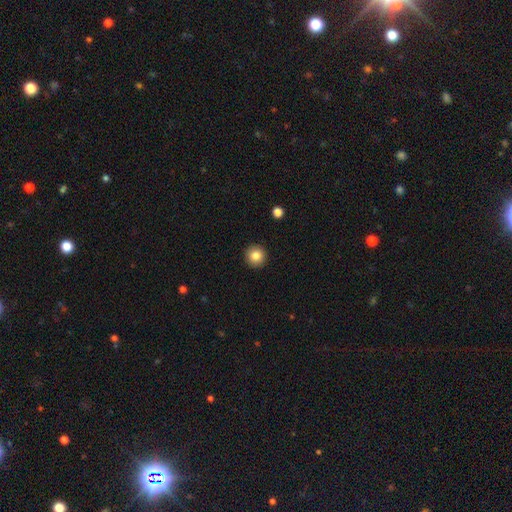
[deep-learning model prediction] A smooth galaxy with no disk features (85%) that is round (95%).

Vote fractions:
- Smooth or featured? smooth: 85% / star or artifact: 9% / featured or disk: 6%
- How rounded? round: 95% / in between: 4% / cigar-shaped: 1%
- Merging? none: 93% / minor disturbance: 5% / major disturbance: 1% / merger: 1%